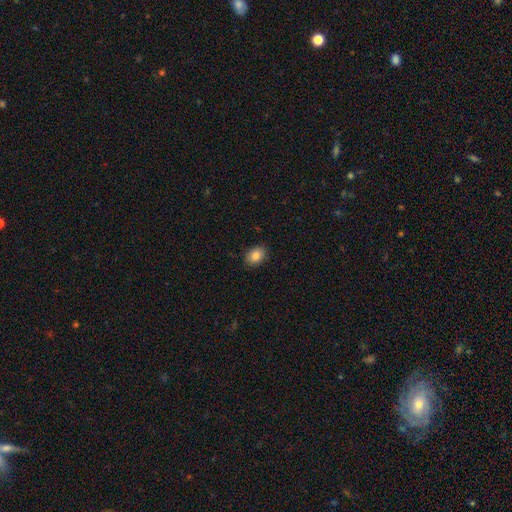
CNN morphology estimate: smooth 83%, star or artifact 9%, featured or disk 8%. Down the decision tree: how rounded — in between (69%); merging — none (89%).